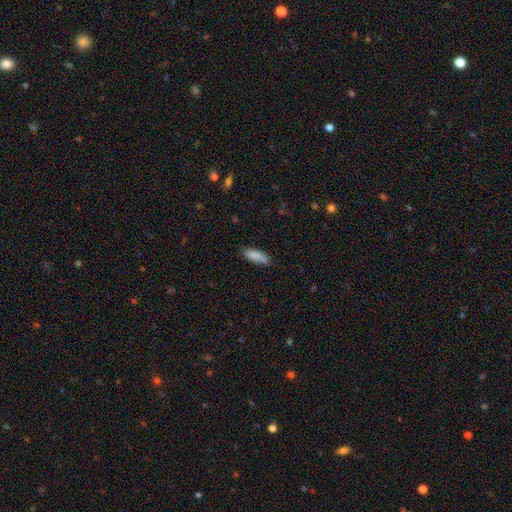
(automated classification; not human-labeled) smooth_or_featured: smooth (p=0.86) [alt: featured or disk p=0.08]
how_rounded: in between (p=0.64) [alt: cigar-shaped p=0.34]
merging: none (p=0.78) [alt: minor disturbance p=0.17]